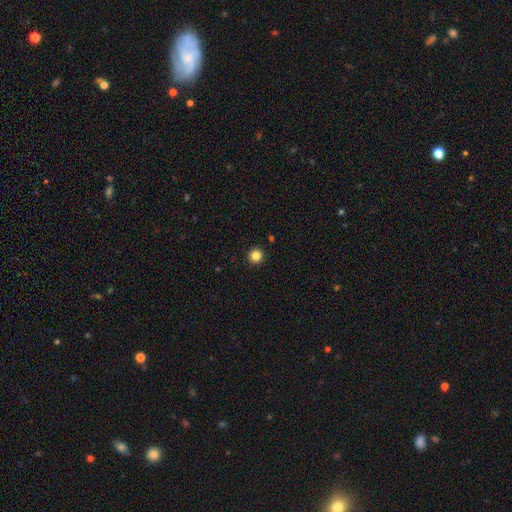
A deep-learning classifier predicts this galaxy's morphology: A smooth galaxy with no disk features (84%) that is round (95%).

Vote fractions:
- Smooth or featured? smooth: 84% / star or artifact: 11% / featured or disk: 4%
- How rounded? round: 95% / in between: 4% / cigar-shaped: 1%
- Merging? none: 93% / minor disturbance: 4% / major disturbance: 1% / merger: 1%